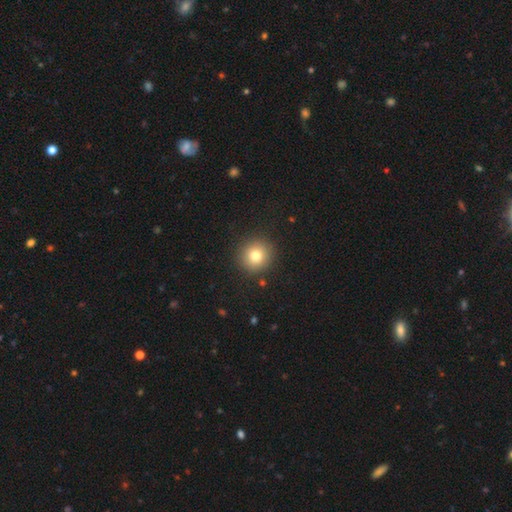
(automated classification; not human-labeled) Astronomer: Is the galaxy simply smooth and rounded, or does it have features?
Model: smooth — 79%.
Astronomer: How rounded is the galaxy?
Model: round — 92%.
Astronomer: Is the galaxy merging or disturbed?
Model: none — 90%.